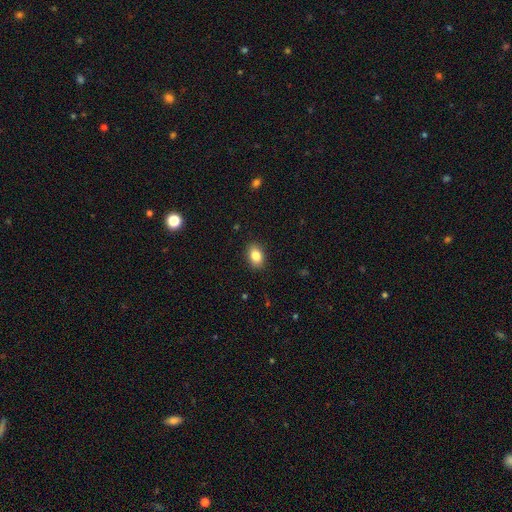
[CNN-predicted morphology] A smooth galaxy with no disk features (85%) that is in between round and cigar-shaped (82%).

Vote fractions:
- Smooth or featured? smooth: 85% / star or artifact: 8% / featured or disk: 6%
- How rounded? in between: 82% / round: 17% / cigar-shaped: 1%
- Merging? none: 88% / minor disturbance: 9% / major disturbance: 2% / merger: 1%